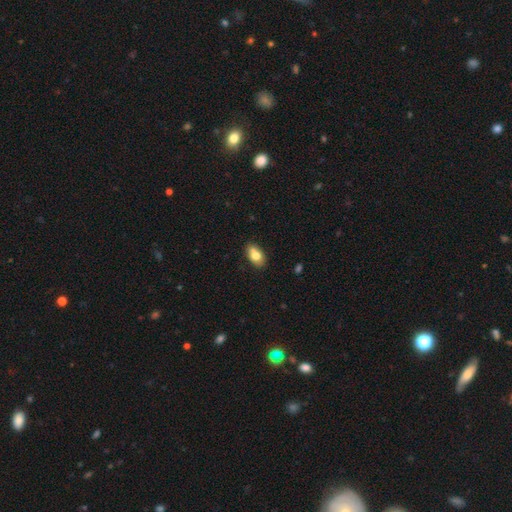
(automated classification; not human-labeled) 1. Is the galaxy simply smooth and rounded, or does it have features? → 74% smooth, 18% featured or disk, 8% star or artifact.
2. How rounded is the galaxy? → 86% in between, 12% round, 2% cigar-shaped.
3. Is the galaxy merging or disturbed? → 60% none, 18% minor disturbance, 18% merger, 4% major disturbance.